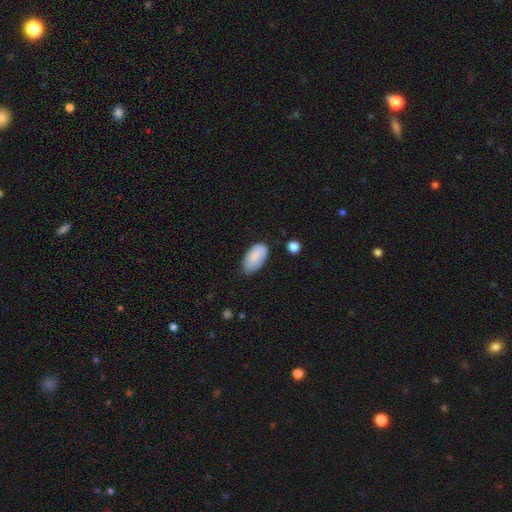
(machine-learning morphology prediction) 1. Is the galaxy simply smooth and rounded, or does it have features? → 85% smooth, 9% featured or disk, 6% star or artifact.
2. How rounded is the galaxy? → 95% in between, 2% round, 2% cigar-shaped.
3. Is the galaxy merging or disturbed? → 74% none, 20% minor disturbance, 4% major disturbance, 2% merger.